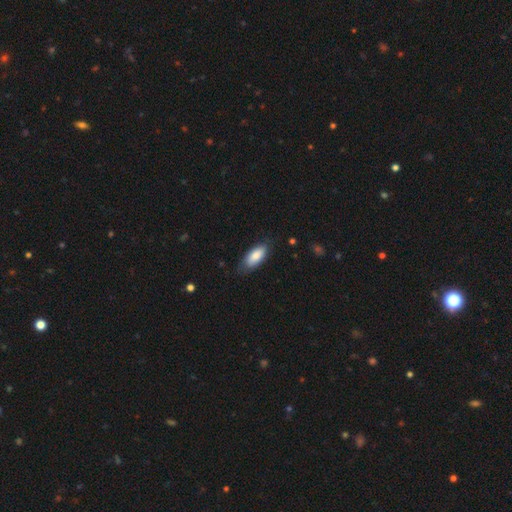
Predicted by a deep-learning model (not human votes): Smooth or featured?
  - smooth: 83% *
  - featured or disk: 11%
  - star or artifact: 6%
How rounded?
  - in between: 85% *
  - cigar-shaped: 13%
  - round: 2%
Merging?
  - none: 74% *
  - minor disturbance: 21%
  - major disturbance: 4%
  - merger: 1%